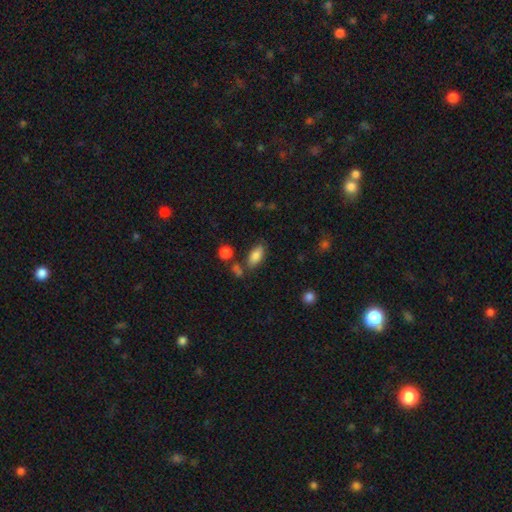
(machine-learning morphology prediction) Smooth or featured? Predicted: smooth (p=0.83). How rounded? Predicted: in between (p=0.88). Merging? Predicted: none (p=0.72).